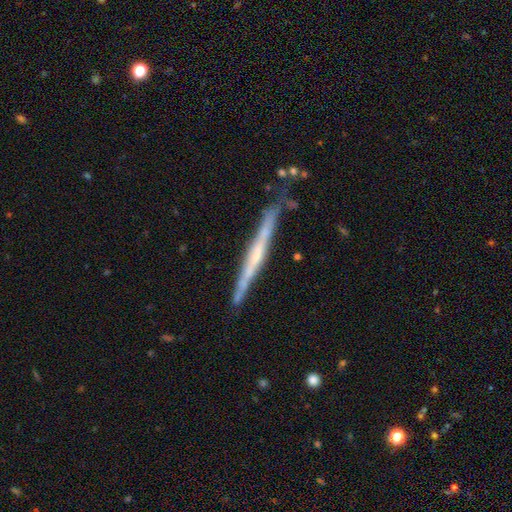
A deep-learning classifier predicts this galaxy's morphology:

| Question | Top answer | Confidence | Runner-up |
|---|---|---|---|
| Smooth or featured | featured or disk | 69% | smooth (25%) |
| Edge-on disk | yes | 96% | no (4%) |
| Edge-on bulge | none | 60% | rounded (29%) |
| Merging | none | 78% | minor disturbance (16%) |